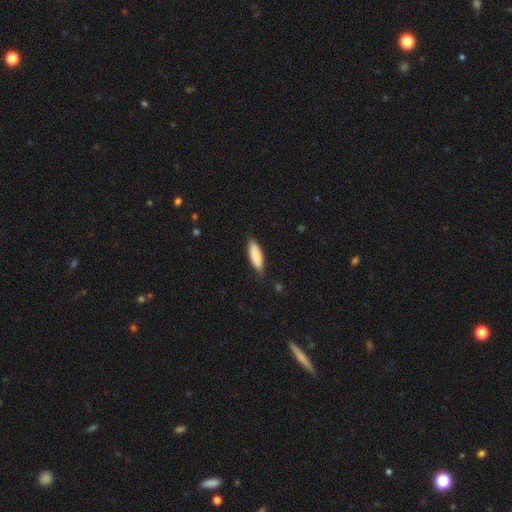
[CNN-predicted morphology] A smooth galaxy with no disk features (85%) that is in between round and cigar-shaped (55%).

Vote fractions:
- Smooth or featured? smooth: 85% / featured or disk: 10% / star or artifact: 5%
- How rounded? in between: 55% / cigar-shaped: 43% / round: 2%
- Merging? none: 83% / minor disturbance: 14% / major disturbance: 2% / merger: 1%